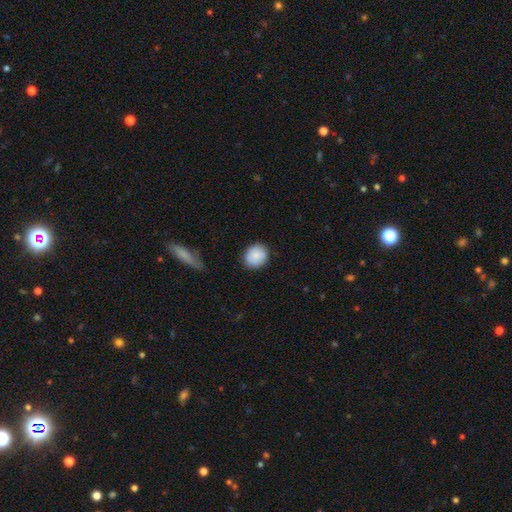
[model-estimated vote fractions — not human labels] smooth 85%, featured or disk 8%, star or artifact 7%. Down the decision tree: how rounded — round (70%); merging — none (84%).